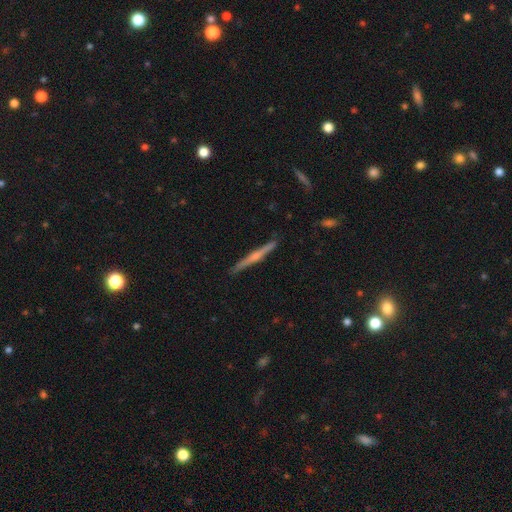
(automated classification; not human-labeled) This appears to be a featured or disk galaxy (72%) viewed edge-on (98%) with a rounded central bulge (76%). Merging: none (90%).